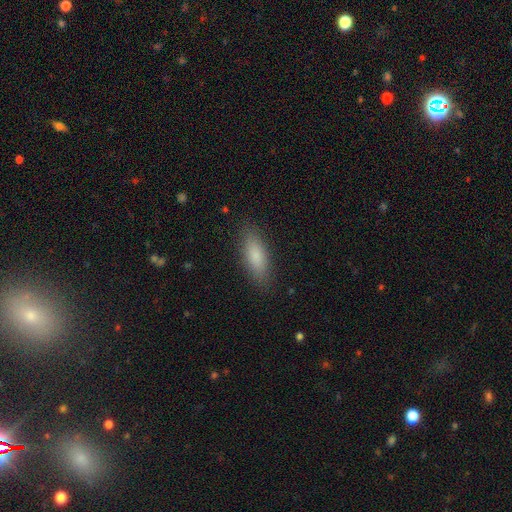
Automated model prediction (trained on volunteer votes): Smooth or featured? smooth (82%)
How rounded? in between (61%)
Merging? none (86%)